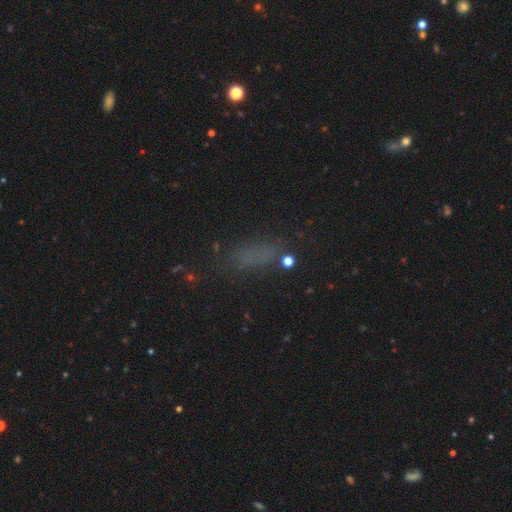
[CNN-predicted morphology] Overall: smooth (56%; star or artifact 31%). How rounded: in between (62%; cigar-shaped 30%). Merging: none (64%).